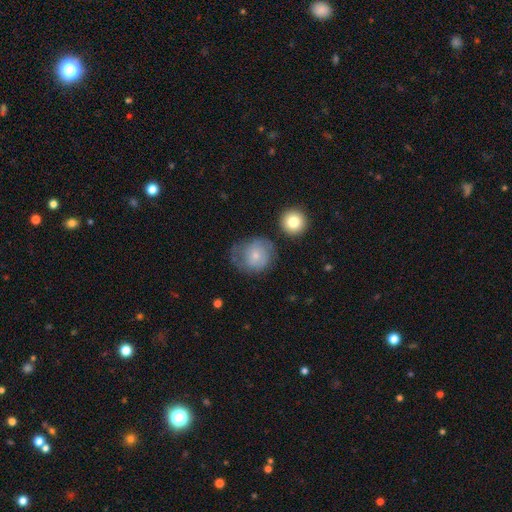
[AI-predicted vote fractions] A smooth galaxy with no disk features (51%) that is round (82%).

Vote fractions:
- Smooth or featured? smooth: 51% / featured or disk: 42% / star or artifact: 8%
- How rounded? round: 82% / in between: 18% / cigar-shaped: 1%
- Merging? none: 52% / minor disturbance: 26% / major disturbance: 17% / merger: 5%